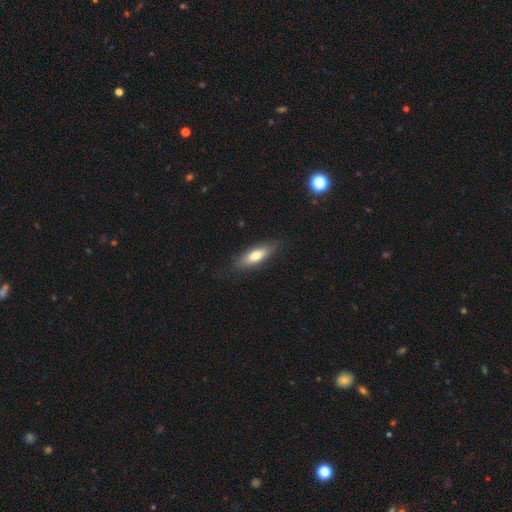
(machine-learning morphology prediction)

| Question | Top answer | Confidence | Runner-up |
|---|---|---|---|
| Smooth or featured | smooth | 69% | featured or disk (25%) |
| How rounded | in between | 56% | cigar-shaped (41%) |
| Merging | none | 83% | minor disturbance (13%) |